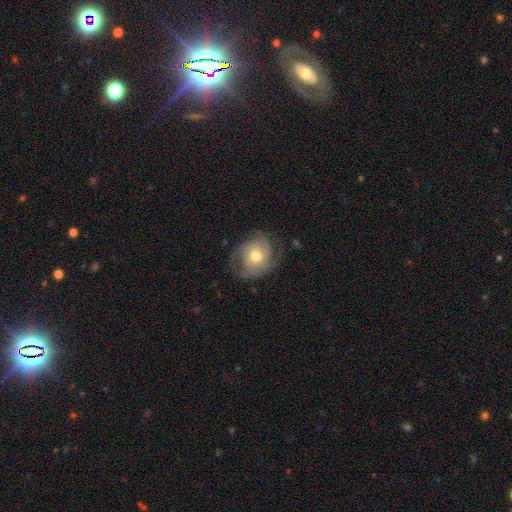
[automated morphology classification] featured or disk 56%, smooth 36%, star or artifact 8%. Down the decision tree: edge-on disk — no (96%); bar — no (80%); spiral arms — yes (77%); bulge size — moderate (74%); merging — none (59%).